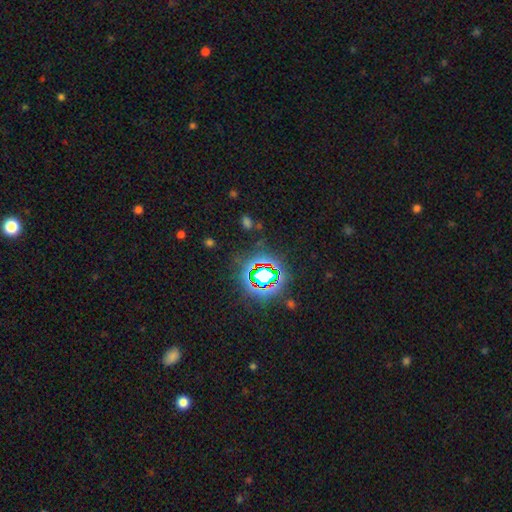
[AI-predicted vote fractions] A star or artifact, not a galaxy (79%).

Vote fractions:
- Smooth or featured? star or artifact: 79% / smooth: 13% / featured or disk: 8%